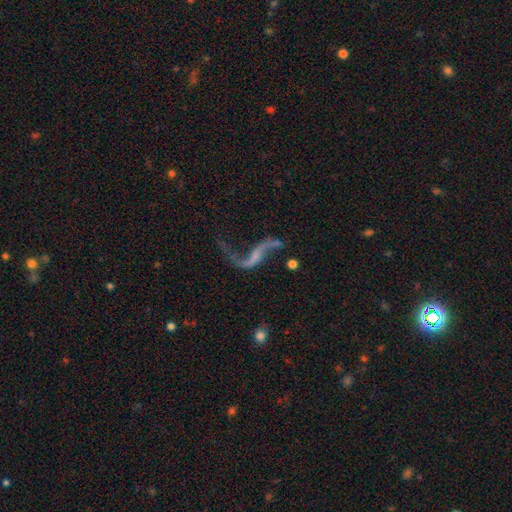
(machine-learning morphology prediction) Smooth or featured: featured or disk — 86% (star or artifact — 8%)
Edge-on disk: no — 95% (yes — 5%)
Bar: no — 44% (weak — 35%)
Spiral arms: yes — 93% (no — 7%)
Spiral winding: loose — 94% (medium — 4%)
Spiral arm count: 2 — 90% (1 — 5%)
Bulge size: none — 48% (small — 39%)
Merging: none — 60% (major disturbance — 19%)